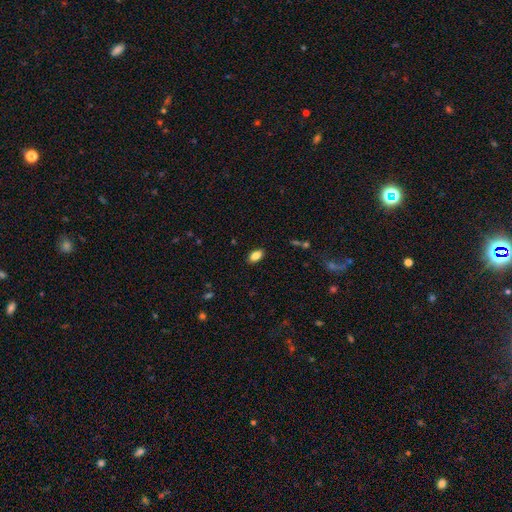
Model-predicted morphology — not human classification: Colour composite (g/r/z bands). It shows a smooth galaxy with no disk features (86%) that is in between round and cigar-shaped (91%). Merging: none (88%).